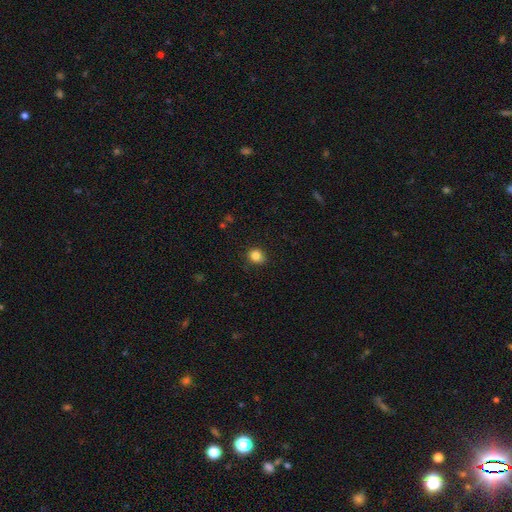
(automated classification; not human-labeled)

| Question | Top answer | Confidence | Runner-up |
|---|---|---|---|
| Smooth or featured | smooth | 85% | star or artifact (11%) |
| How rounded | round | 78% | in between (21%) |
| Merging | none | 83% | minor disturbance (13%) |